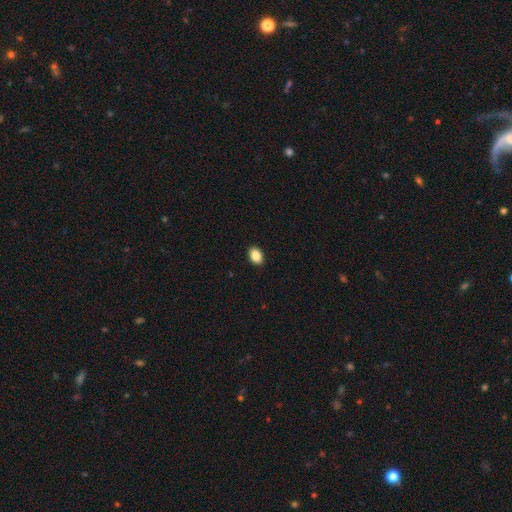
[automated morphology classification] This appears to be a smooth galaxy with no disk features (88%) that is in between round and cigar-shaped (83%). Merging: none (91%).